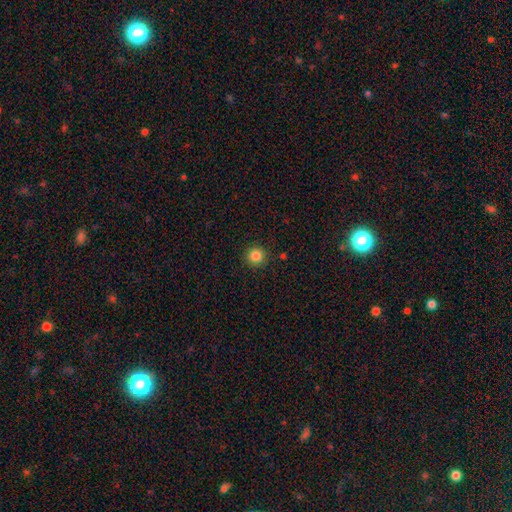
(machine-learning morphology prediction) smooth_or_featured: smooth (p=0.85) [alt: star or artifact p=0.11]
how_rounded: round (p=0.95) [alt: in between p=0.04]
merging: none (p=0.91) [alt: minor disturbance p=0.05]